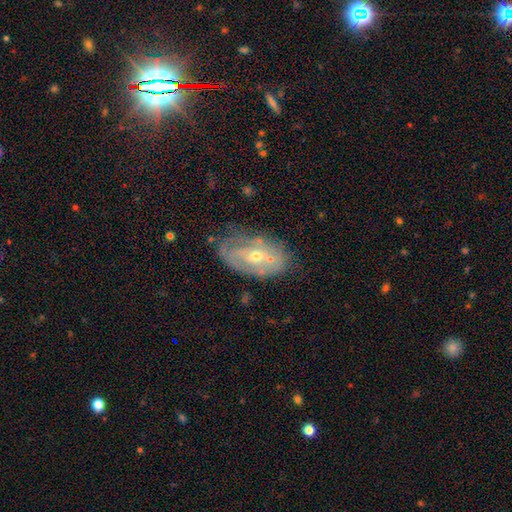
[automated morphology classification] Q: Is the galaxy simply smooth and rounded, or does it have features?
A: featured or disk — 69%.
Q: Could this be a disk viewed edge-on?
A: no — 92%.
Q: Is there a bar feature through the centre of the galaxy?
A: no — 62%.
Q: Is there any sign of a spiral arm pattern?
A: yes — 54%.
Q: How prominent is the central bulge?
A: small — 54%.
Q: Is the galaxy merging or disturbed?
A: none — 50%.